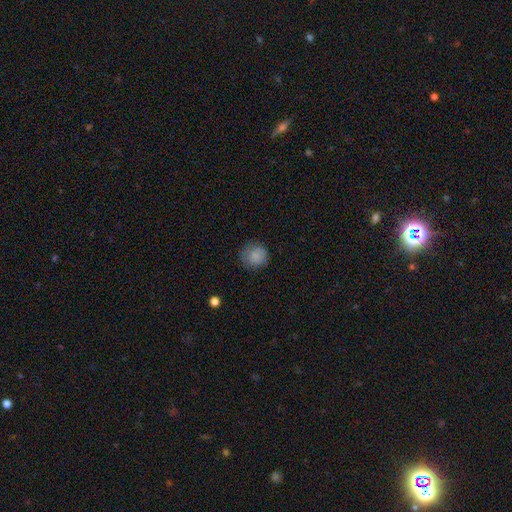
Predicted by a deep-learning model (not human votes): Overall: smooth (86%). How rounded: round (89%). Merging: none (79%).